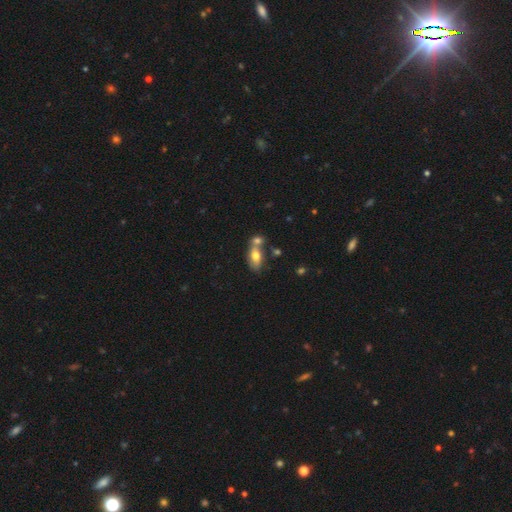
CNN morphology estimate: smooth 70%, featured or disk 22%, star or artifact 8%. Down the decision tree: how rounded — in between (86%); merging — merger (47%).